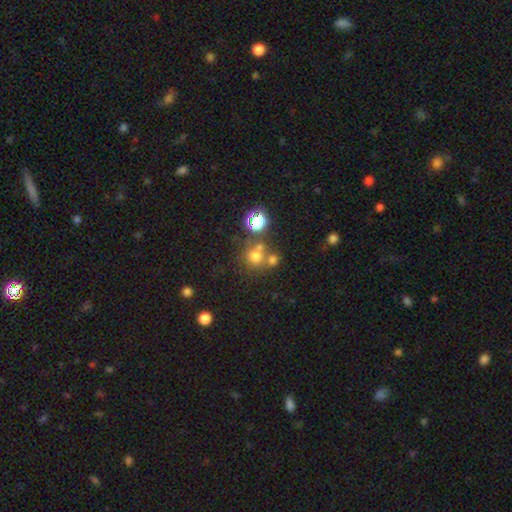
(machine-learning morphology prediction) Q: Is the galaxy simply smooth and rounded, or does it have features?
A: smooth — 65%.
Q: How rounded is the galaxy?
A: round — 85%.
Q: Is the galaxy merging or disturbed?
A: none — 55%.